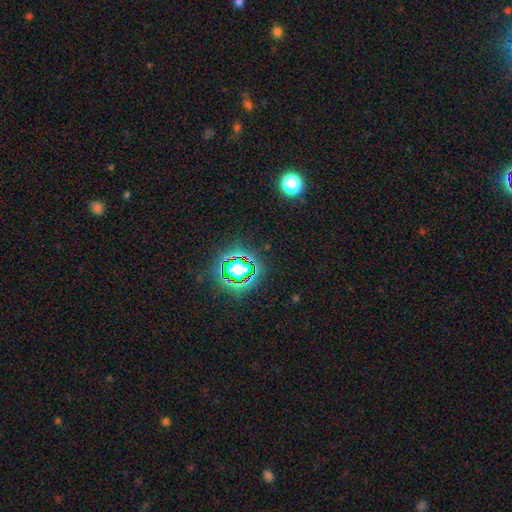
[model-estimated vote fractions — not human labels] A star or artifact, not a galaxy (80%).

Vote fractions:
- Smooth or featured? star or artifact: 80% / smooth: 13% / featured or disk: 8%